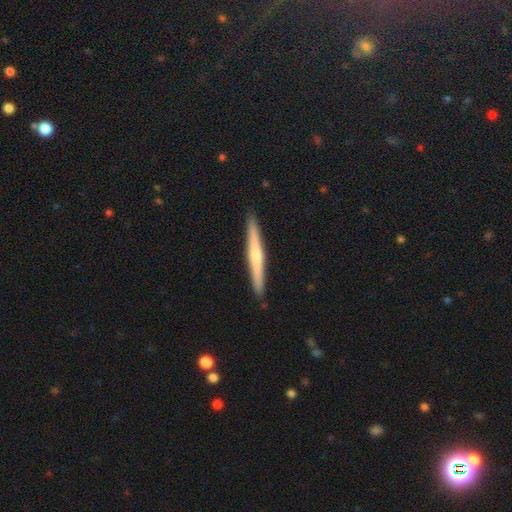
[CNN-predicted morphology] type=featured or disk (52%); edge-on=yes (97%); edge-on bulge=rounded (49%); merging=none (92%).